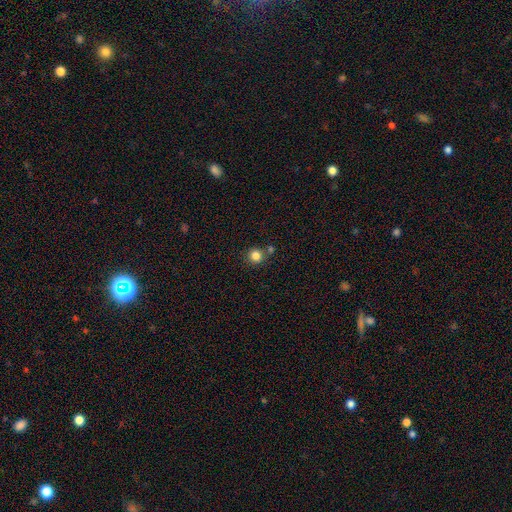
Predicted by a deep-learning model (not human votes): Overall: smooth (83%). How rounded: round (92%). Merging: none (77%).